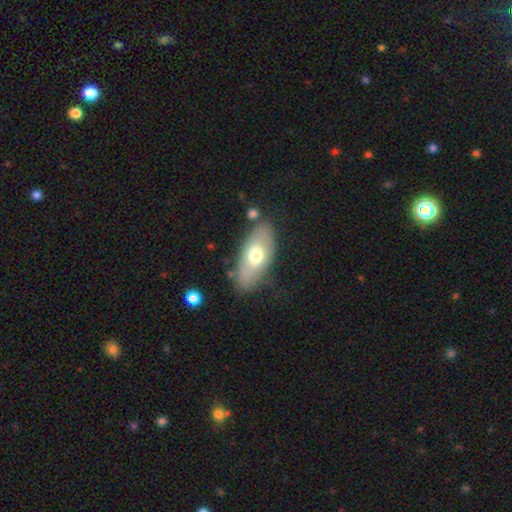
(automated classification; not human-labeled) Morphology: type=smooth (60%); roundness=in between (87%); merging=none (74%).